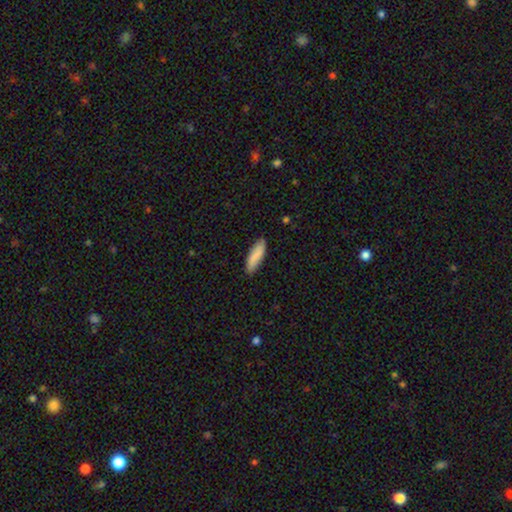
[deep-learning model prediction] smooth_or_featured: smooth (p=0.84) [alt: featured or disk p=0.10]
how_rounded: cigar-shaped (p=0.53) [alt: in between p=0.46]
merging: none (p=0.84) [alt: minor disturbance p=0.13]